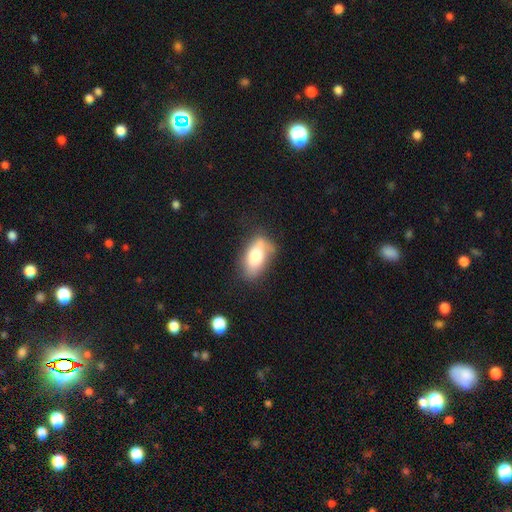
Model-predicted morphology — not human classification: This is likely a smooth galaxy (72%). How rounded: clearly in between (90%). Merging: possibly none (50%).